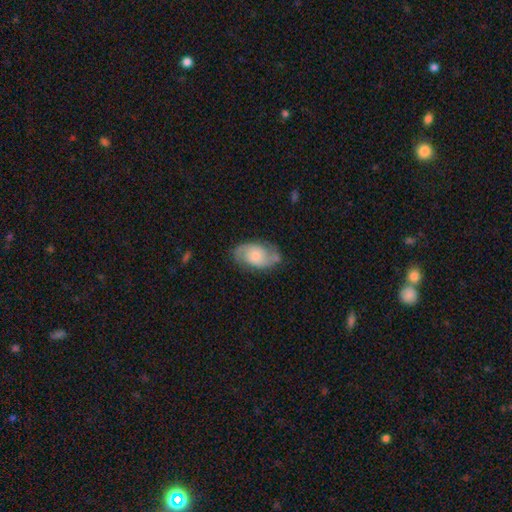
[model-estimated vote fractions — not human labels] The model was most divided on "bulge size": small: 45%, moderate: 35%, large: 10%, none: 8%, dominant: 2%. Remaining: edge-on disk — no (97%); spiral arms — yes (92%); spiral arm count — 2 (89%); merging — none (73%); smooth or featured — featured or disk (70%); bar — no (67%); spiral winding — medium (48%).